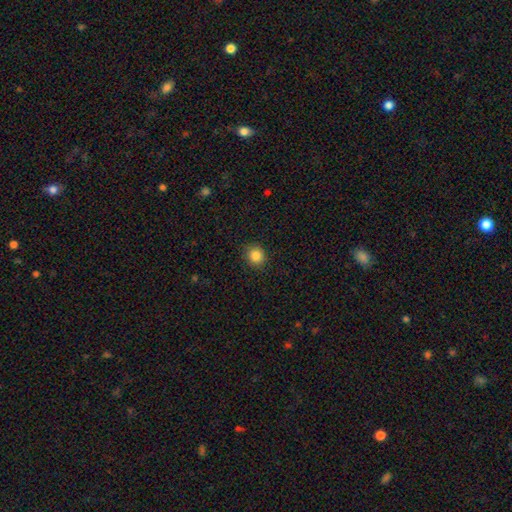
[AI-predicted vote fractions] A smooth galaxy with no disk features (86%) that is round (88%).

Vote fractions:
- Smooth or featured? smooth: 86% / star or artifact: 10% / featured or disk: 4%
- How rounded? round: 88% / in between: 11% / cigar-shaped: 1%
- Merging? none: 90% / minor disturbance: 7% / major disturbance: 2% / merger: 1%